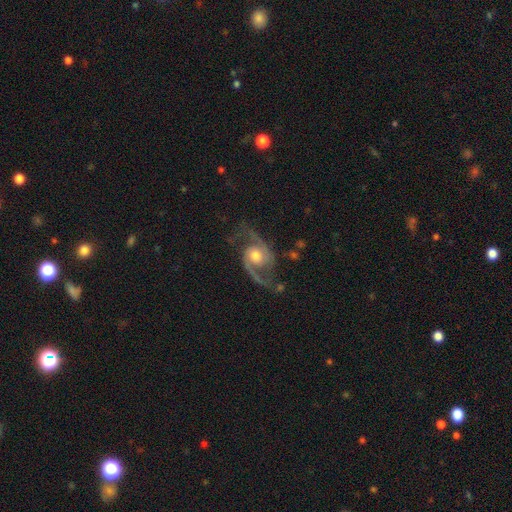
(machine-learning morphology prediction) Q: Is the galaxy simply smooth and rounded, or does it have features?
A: featured or disk — 91%.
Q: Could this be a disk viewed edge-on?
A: no — 97%.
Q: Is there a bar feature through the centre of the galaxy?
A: no — 64%.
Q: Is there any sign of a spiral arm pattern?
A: yes — 98%.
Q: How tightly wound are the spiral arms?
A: medium — 49%.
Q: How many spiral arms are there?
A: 2 — 94%.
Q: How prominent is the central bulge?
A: moderate — 63%.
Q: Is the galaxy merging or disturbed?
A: none — 71%.